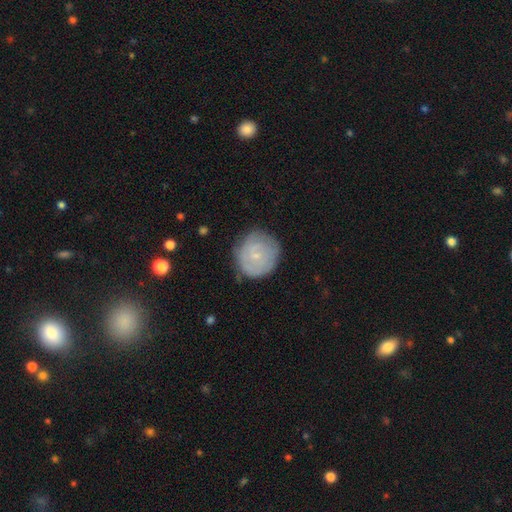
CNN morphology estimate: Smooth or featured? Predicted: featured or disk (p=0.47). Merging? Predicted: none (p=0.75).